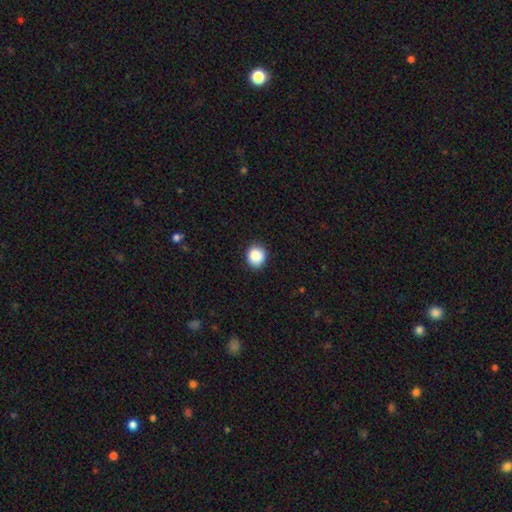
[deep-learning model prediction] Morphology: type=smooth (87%); roundness=round (73%); merging=none (86%).